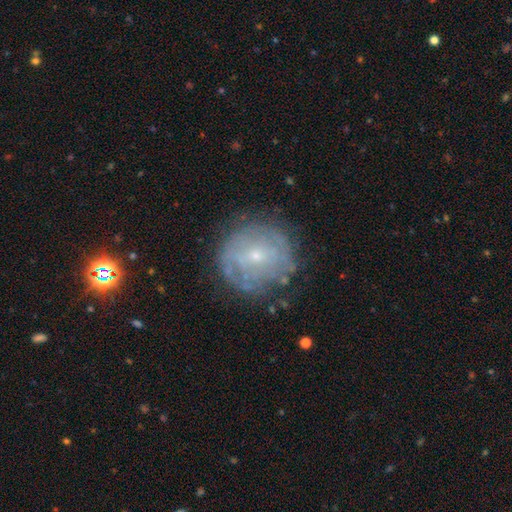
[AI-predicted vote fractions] A featured or disk galaxy (60%) with no bar (67%), spiral arms (57%) and a small central bulge (75%). Merging: none (72%).